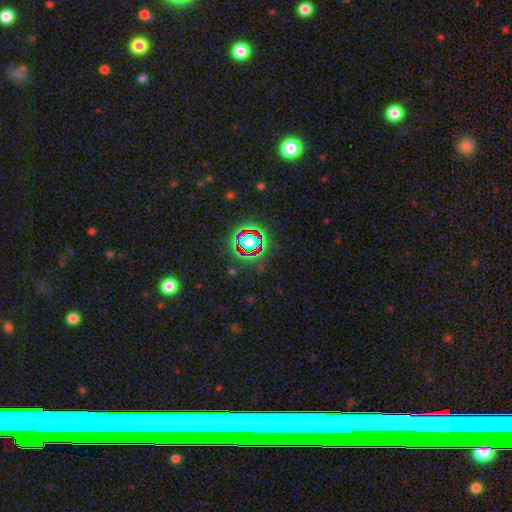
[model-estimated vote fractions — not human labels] Morphology: type=star or artifact (61%).